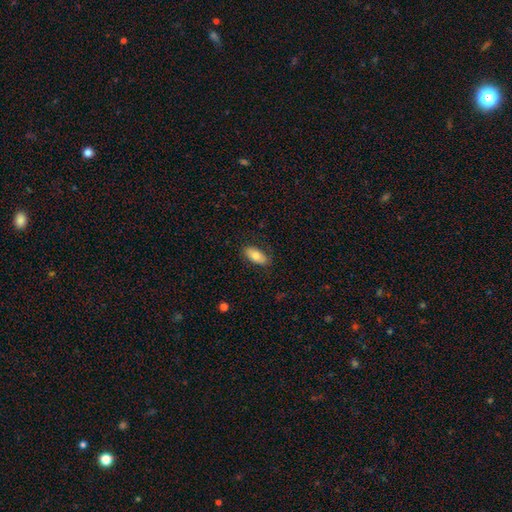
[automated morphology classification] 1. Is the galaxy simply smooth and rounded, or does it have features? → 74% smooth, 20% featured or disk, 6% star or artifact.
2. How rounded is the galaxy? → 91% in between, 6% cigar-shaped, 3% round.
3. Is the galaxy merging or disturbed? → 81% none, 15% minor disturbance, 4% major disturbance, 1% merger.